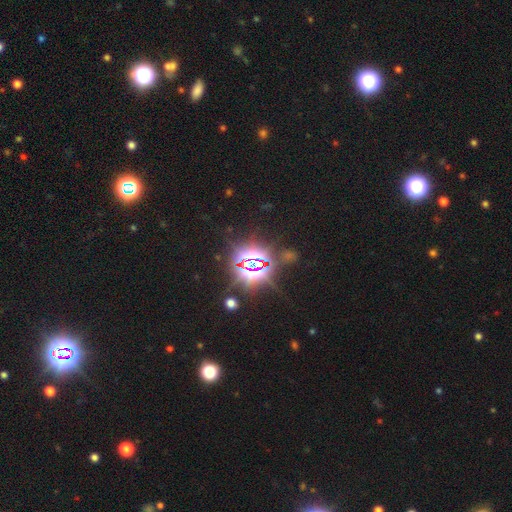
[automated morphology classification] This appears to be a star or artifact, not a galaxy (83%).